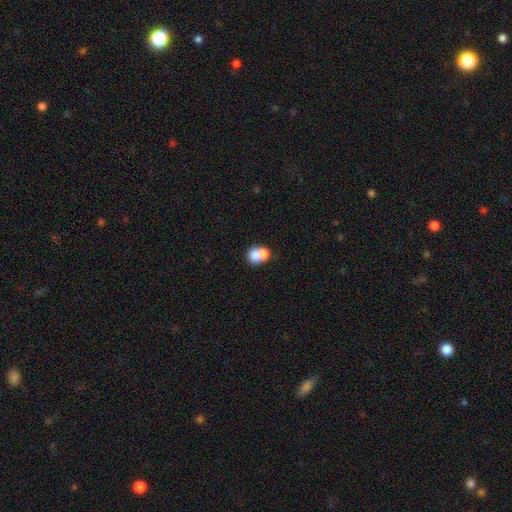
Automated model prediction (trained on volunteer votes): A smooth galaxy with no disk features (72%) that is round (62%). Merging: merger (64%).